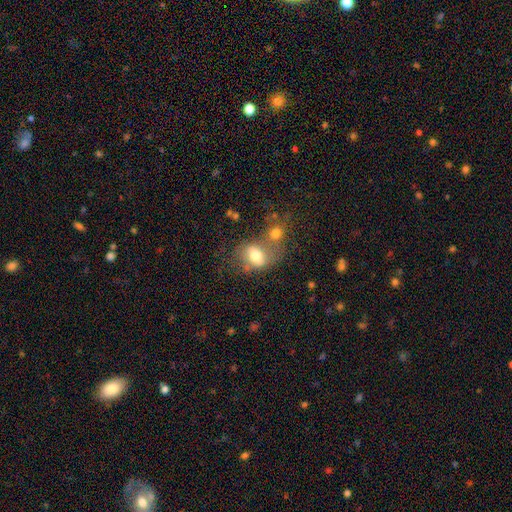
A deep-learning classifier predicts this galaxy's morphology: Smooth or featured? Predicted: smooth (p=0.68). How rounded? Predicted: in between (p=0.64). Merging? Predicted: merger (p=0.48).